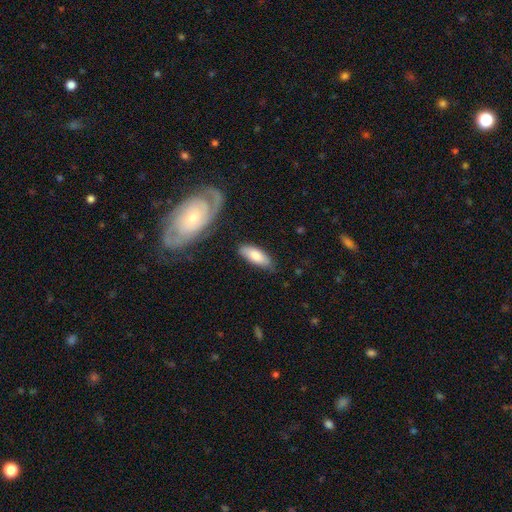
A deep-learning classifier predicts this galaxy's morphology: smooth-or-featured: smooth: 79% | featured or disk: 15% | star or artifact: 6%
  how-rounded: in between: 72% | cigar-shaped: 26% | round: 2%
  merging: none: 75% | minor disturbance: 18% | major disturbance: 4% | merger: 3%